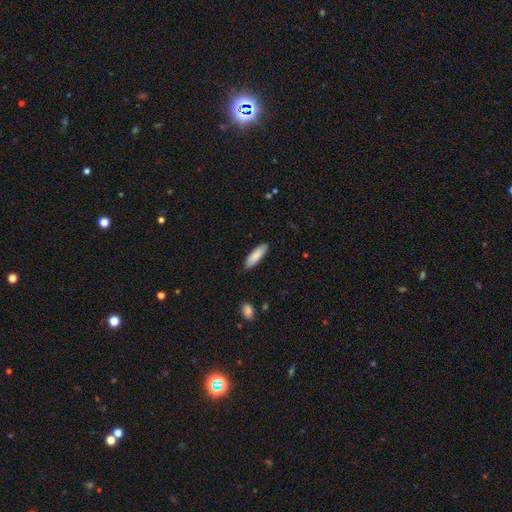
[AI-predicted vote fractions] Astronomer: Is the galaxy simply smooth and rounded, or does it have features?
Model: smooth — 86%.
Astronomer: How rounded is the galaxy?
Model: cigar-shaped — 50% (runner-up: in between, 49%).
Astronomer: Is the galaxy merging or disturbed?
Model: none — 85%.